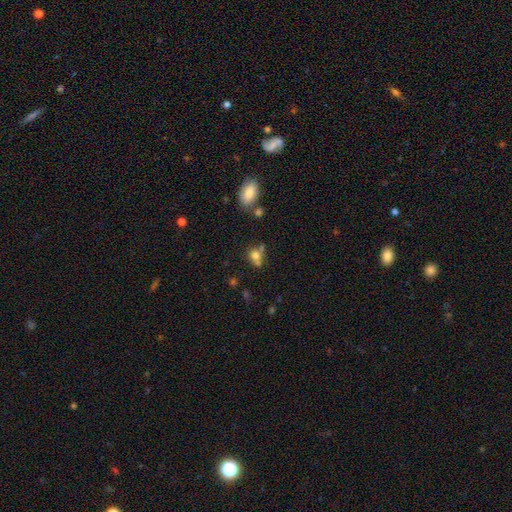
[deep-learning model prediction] smooth 74%, star or artifact 13%, featured or disk 13%. Down the decision tree: how rounded — round (62%); merging — none (43%).